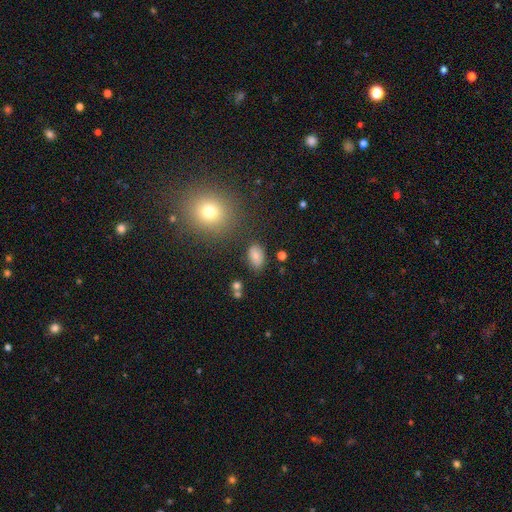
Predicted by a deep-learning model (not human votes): smooth-or-featured: smooth: 81% | star or artifact: 12% | featured or disk: 8%
  how-rounded: in between: 88% | round: 10% | cigar-shaped: 2%
  merging: none: 79% | minor disturbance: 14% | major disturbance: 4% | merger: 3%